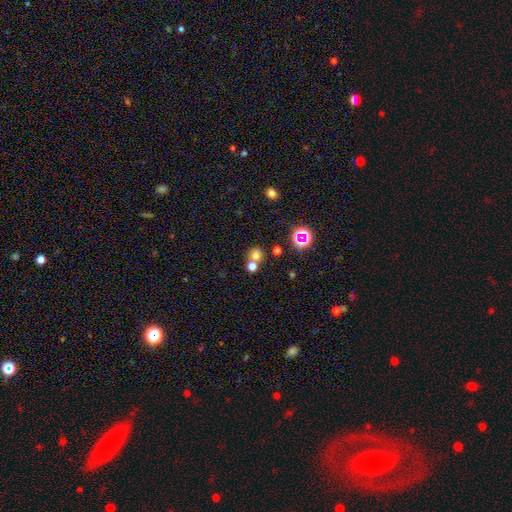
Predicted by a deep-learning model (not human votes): Smooth or featured: smooth — 67% (star or artifact — 23%)
How rounded: round — 85% (in between — 14%)
Merging: none — 57% (merger — 33%)